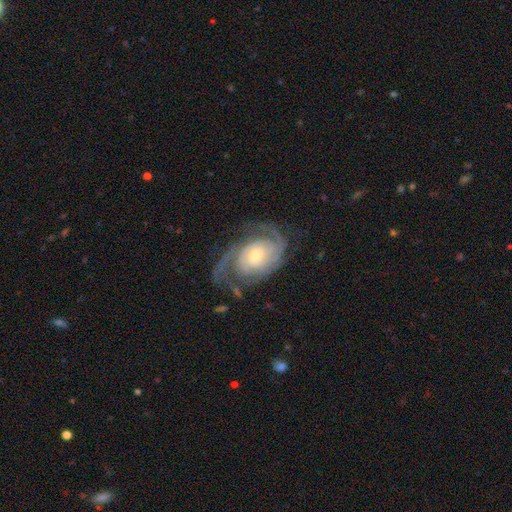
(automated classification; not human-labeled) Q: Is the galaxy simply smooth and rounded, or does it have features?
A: featured or disk — 90%.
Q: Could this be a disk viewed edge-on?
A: no — 97%.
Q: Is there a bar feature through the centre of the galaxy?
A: no — 66%.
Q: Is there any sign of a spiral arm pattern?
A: yes — 97%.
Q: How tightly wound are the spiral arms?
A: tight — 59%.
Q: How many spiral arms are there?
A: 2 — 53%.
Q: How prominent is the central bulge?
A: small — 51%.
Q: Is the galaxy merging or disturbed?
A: none — 66%.